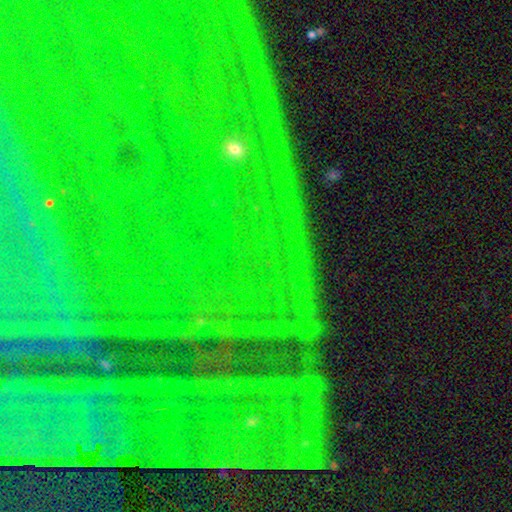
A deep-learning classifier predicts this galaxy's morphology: Smooth or featured?
  - star or artifact: 87% *
  - featured or disk: 8%
  - smooth: 6%